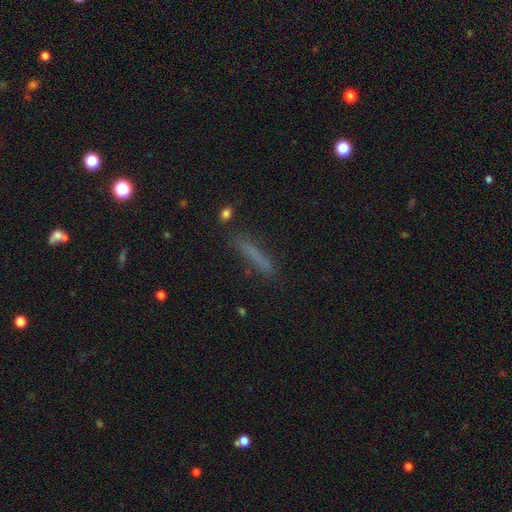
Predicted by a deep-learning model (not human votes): This appears to be a smooth galaxy with no disk features (70%) that is cigar-shaped (93%). Merging: none (81%).